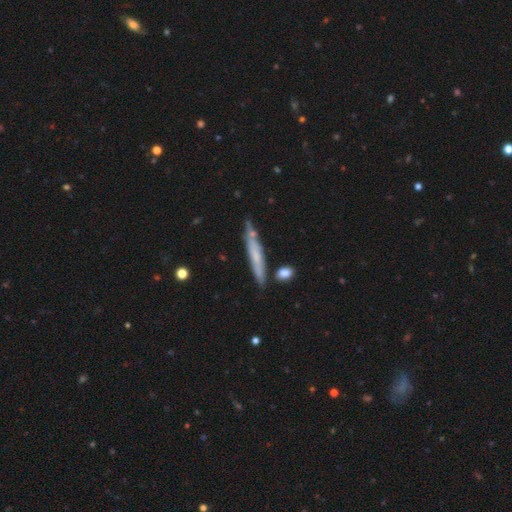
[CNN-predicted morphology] smooth_or_featured: smooth (p=0.49) [alt: featured or disk p=0.44]
merging: none (p=0.74) [alt: minor disturbance p=0.16]